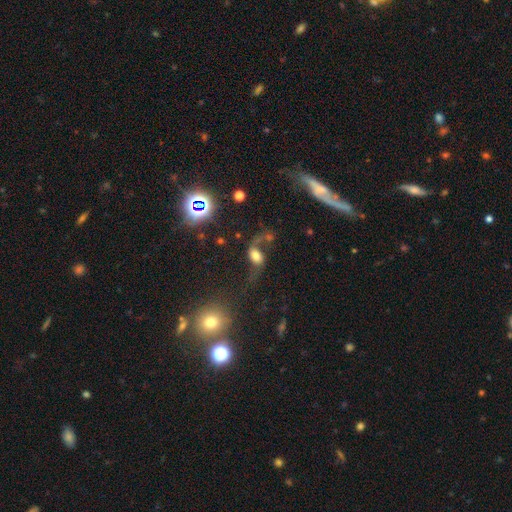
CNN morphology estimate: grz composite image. It shows a featured or disk galaxy (49%). Merging: none (39%).